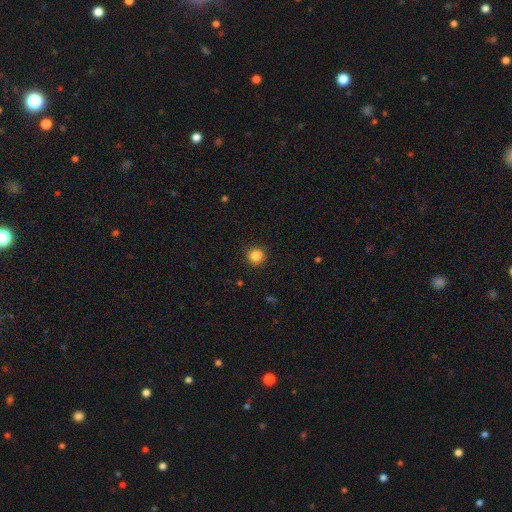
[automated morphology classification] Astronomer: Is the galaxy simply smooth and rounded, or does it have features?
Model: smooth — 83%.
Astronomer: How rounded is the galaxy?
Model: round — 87%.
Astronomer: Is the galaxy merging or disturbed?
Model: none — 84%.